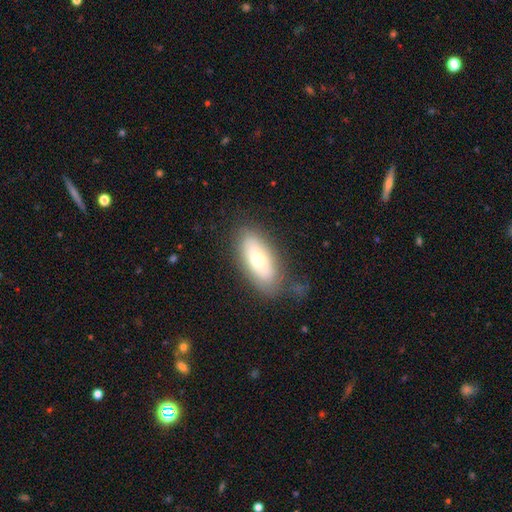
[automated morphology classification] smooth 58%, featured or disk 34%, star or artifact 8%. Down the decision tree: how rounded — in between (83%); merging — none (77%).